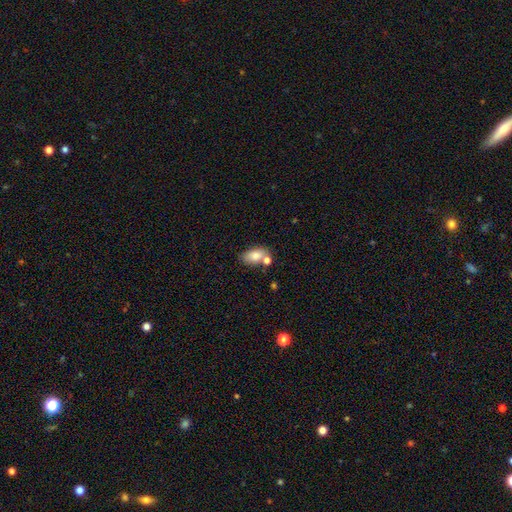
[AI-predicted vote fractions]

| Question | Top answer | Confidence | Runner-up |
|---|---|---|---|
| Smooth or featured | smooth | 79% | featured or disk (13%) |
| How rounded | in between | 89% | round (9%) |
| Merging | none | 58% | merger (23%) |